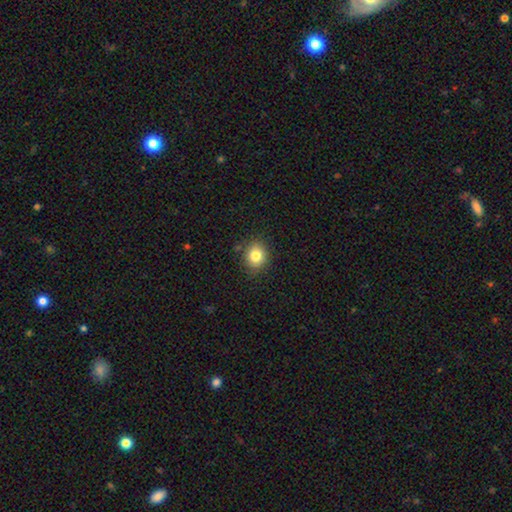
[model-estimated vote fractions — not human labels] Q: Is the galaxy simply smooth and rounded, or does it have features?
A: smooth — 82%.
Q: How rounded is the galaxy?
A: round — 71%.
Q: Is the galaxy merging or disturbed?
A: none — 86%.